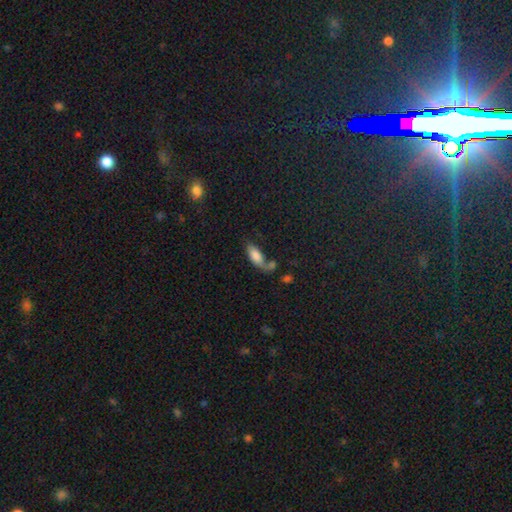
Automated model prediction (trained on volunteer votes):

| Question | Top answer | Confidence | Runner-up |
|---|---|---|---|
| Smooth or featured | smooth | 78% | featured or disk (13%) |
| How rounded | in between | 78% | cigar-shaped (19%) |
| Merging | none | 39% | merger (28%) |